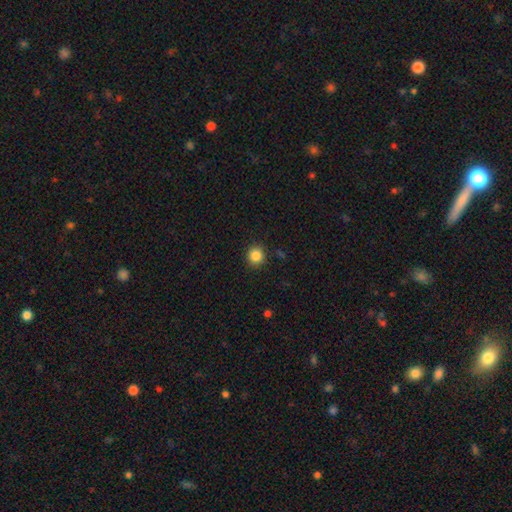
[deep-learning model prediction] This is clearly a smooth galaxy (86%). How rounded: clearly round (92%). Merging: clearly none (91%).